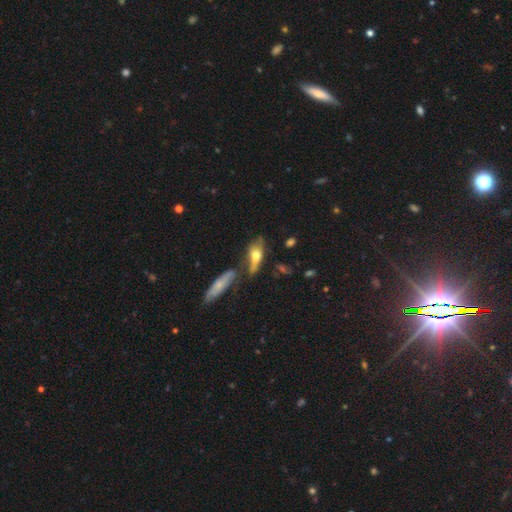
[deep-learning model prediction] Smooth or featured?
  - smooth: 55% *
  - featured or disk: 37%
  - star or artifact: 8%
How rounded?
  - in between: 70% *
  - cigar-shaped: 25%
  - round: 4%
Merging?
  - none: 39% *
  - merger: 26%
  - minor disturbance: 22%
  - major disturbance: 12%